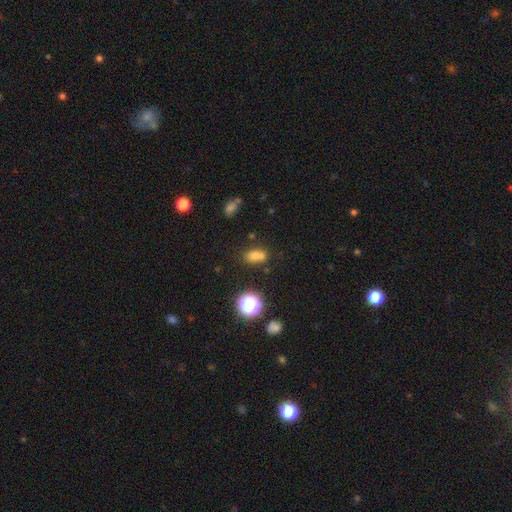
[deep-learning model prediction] A smooth galaxy with no disk features (71%) that is in between round and cigar-shaped (68%). Merging: none (56%).